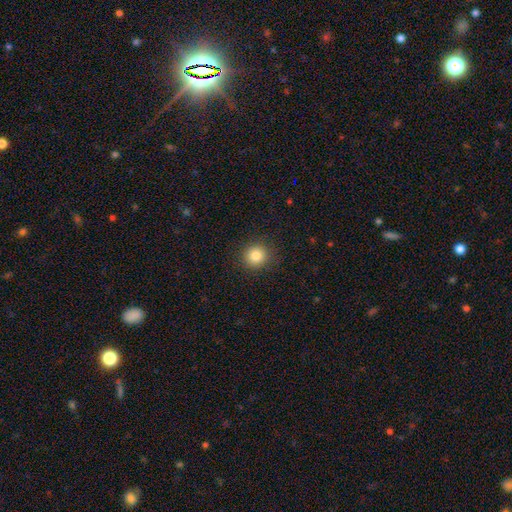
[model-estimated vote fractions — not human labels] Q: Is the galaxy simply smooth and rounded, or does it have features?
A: smooth — 84%.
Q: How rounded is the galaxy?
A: round — 90%.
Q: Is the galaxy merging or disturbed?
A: none — 90%.